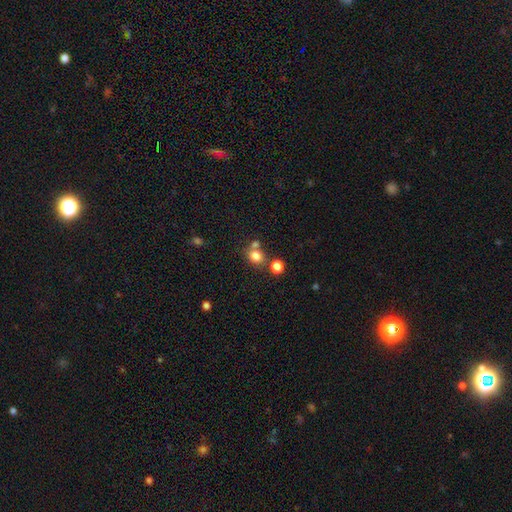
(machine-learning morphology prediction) Smooth or featured: smooth — 79% (star or artifact — 14%)
How rounded: round — 72% (in between — 27%)
Merging: none — 57% (merger — 29%)